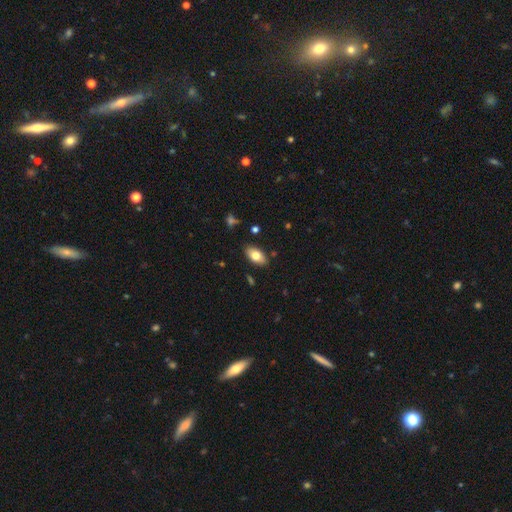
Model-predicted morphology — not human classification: The model was most divided on "smooth or featured": smooth: 75%, featured or disk: 18%, star or artifact: 7%. More confident: how rounded — in between (92%); merging — none (87%).